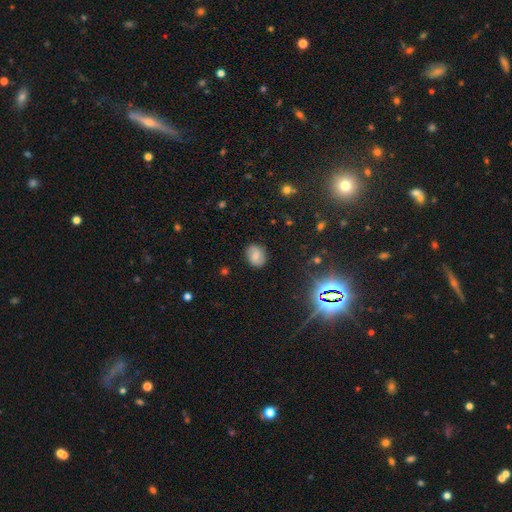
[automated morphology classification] Overall: smooth (56%; featured or disk 31%). How rounded: in between (60%; round 39%). Merging: none (83%).